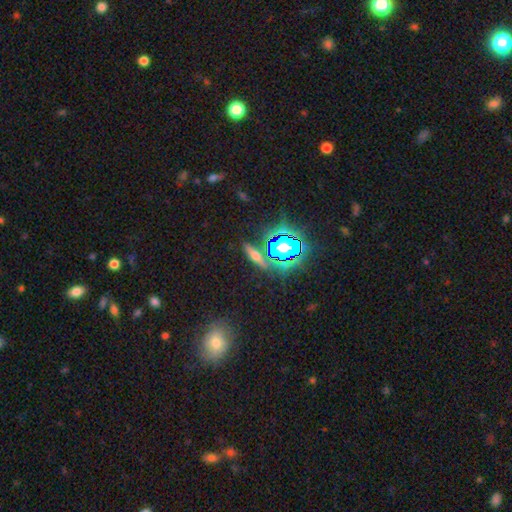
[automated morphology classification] A smooth galaxy with no disk features (36%). Merging: none (80%).